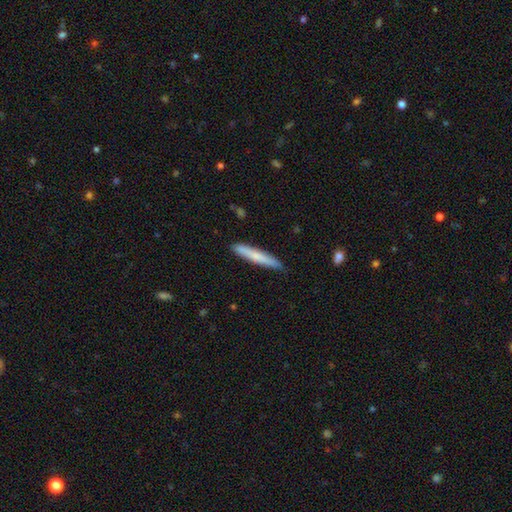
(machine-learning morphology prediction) smooth 64%, featured or disk 30%, star or artifact 5%. Down the decision tree: how rounded — cigar-shaped (94%); merging — none (88%).